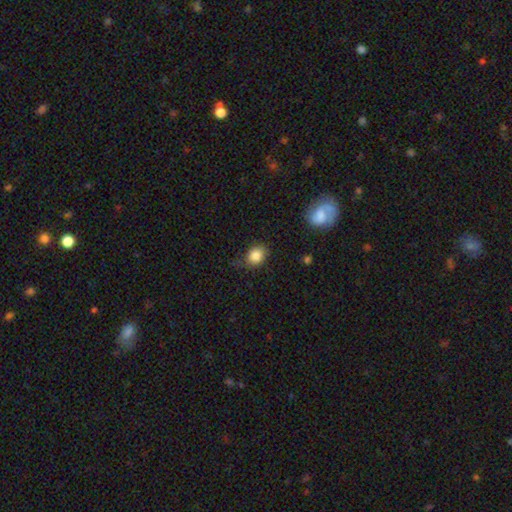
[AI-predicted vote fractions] smooth 84%, star or artifact 9%, featured or disk 6%. Down the decision tree: how rounded — round (55%); merging — none (67%).